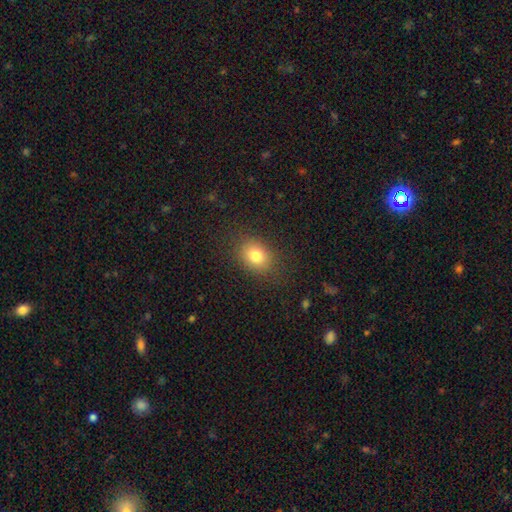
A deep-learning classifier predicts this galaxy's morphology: A smooth galaxy with no disk features (80%) that is in between round and cigar-shaped (59%).

Vote fractions:
- Smooth or featured? smooth: 80% / star or artifact: 11% / featured or disk: 9%
- How rounded? in between: 59% / round: 40% / cigar-shaped: 1%
- Merging? none: 84% / minor disturbance: 11% / major disturbance: 4% / merger: 1%